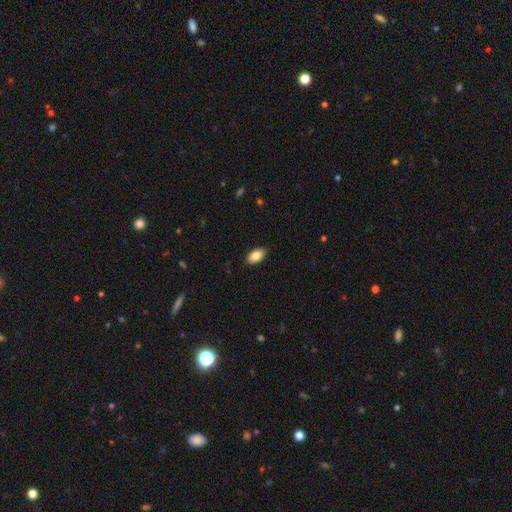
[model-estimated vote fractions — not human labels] Smooth or featured? Predicted: smooth (p=0.85). How rounded? Predicted: in between (p=0.93). Merging? Predicted: none (p=0.89).